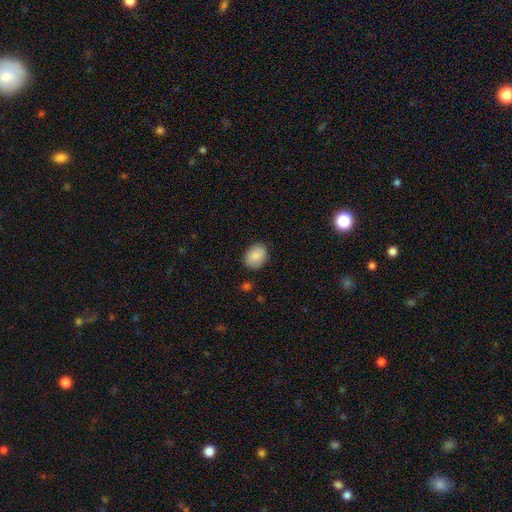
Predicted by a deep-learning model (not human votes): Smooth or featured?
  - smooth: 88% *
  - star or artifact: 7%
  - featured or disk: 5%
How rounded?
  - in between: 65% *
  - round: 34%
  - cigar-shaped: 1%
Merging?
  - none: 83% *
  - minor disturbance: 13%
  - major disturbance: 3%
  - merger: 2%